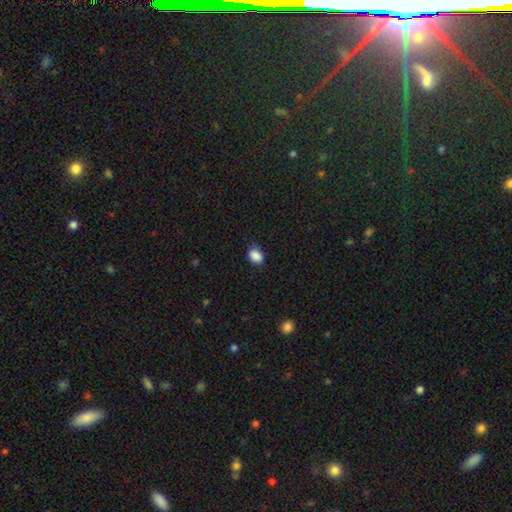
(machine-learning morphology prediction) Overall: smooth (89%). How rounded: in between (72%). Merging: none (82%).